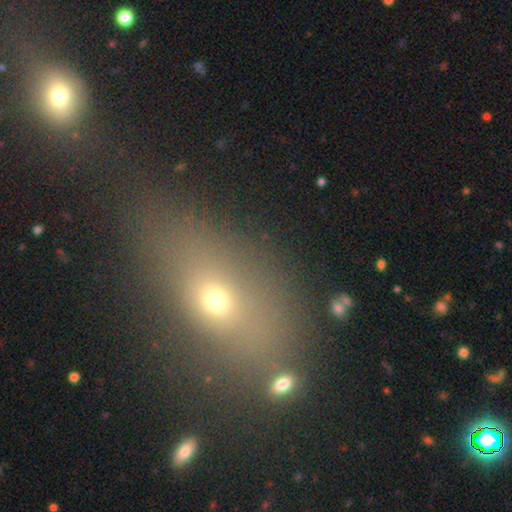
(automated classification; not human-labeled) Smooth or featured?
  - smooth: 56% *
  - star or artifact: 27%
  - featured or disk: 18%
How rounded?
  - in between: 66% *
  - round: 24%
  - cigar-shaped: 11%
Merging?
  - none: 63% *
  - merger: 14%
  - minor disturbance: 14%
  - major disturbance: 9%